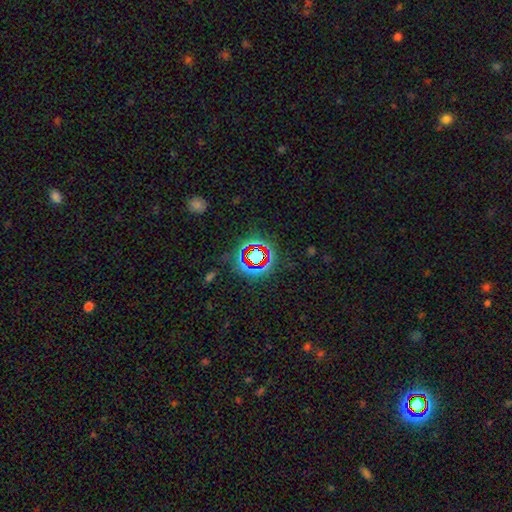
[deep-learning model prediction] This appears to be a star or artifact, not a galaxy (71%).